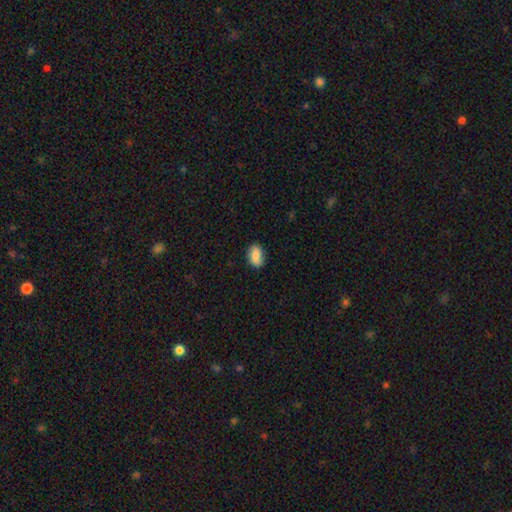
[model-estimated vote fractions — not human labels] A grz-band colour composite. It shows a smooth galaxy with no disk features (78%) that is in between round and cigar-shaped (86%). Merging: none (83%).